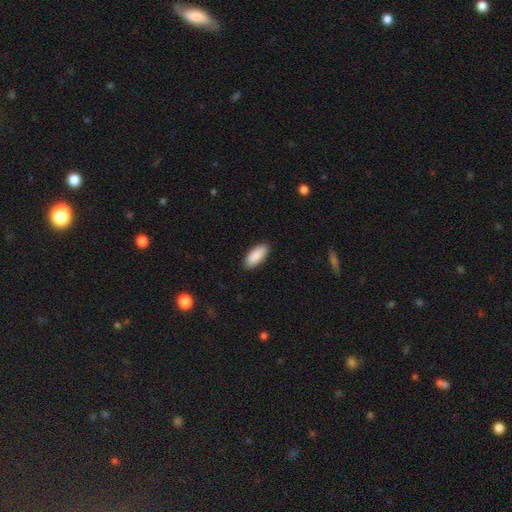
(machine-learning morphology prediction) A smooth galaxy with no disk features (90%) that is in between round and cigar-shaped (86%). Merging: none (88%).